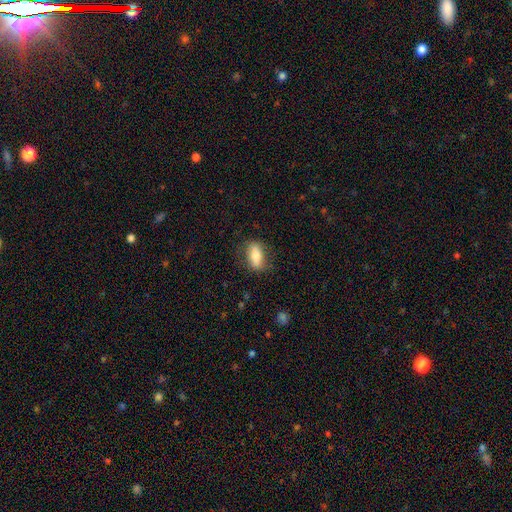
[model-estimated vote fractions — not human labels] A smooth galaxy with no disk features (73%) that is in between round and cigar-shaped (83%). Merging: none (75%).